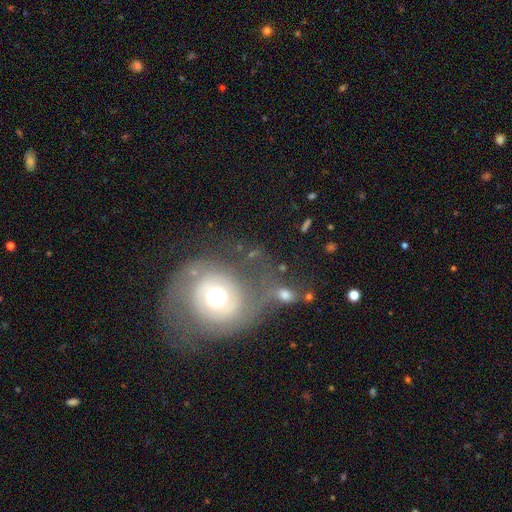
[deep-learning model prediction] A featured or disk galaxy (66%) with no bar (74%), spiral arms (70%) and a moderate central bulge (60%).

Vote fractions:
- Smooth or featured? featured or disk: 66% / smooth: 24% / star or artifact: 10%
- Edge-on disk? no: 96% / yes: 4%
- Bar? no: 74% / weak: 20% / strong: 6%
- Spiral arms? yes: 70% / no: 30%
- Bulge size? moderate: 60% / large: 26% / small: 8% / dominant: 4% / none: 1%
- Merging? none: 52% / major disturbance: 22% / minor disturbance: 18% / merger: 8%